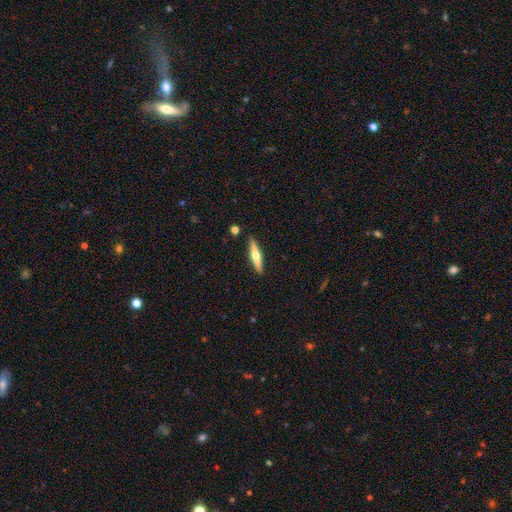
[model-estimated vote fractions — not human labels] Overall: featured or disk (59%; smooth 36%). Edge-on disk: yes (96%). Edge-on bulge: rounded (92%). Merging: none (90%).